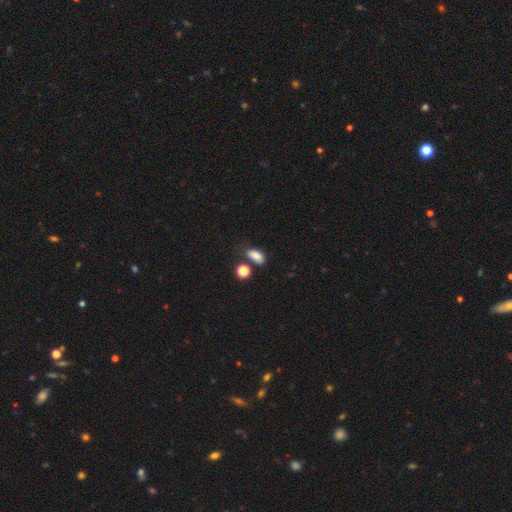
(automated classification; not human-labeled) A smooth galaxy with no disk features (82%) that is in between round and cigar-shaped (85%). Merging: none (60%).